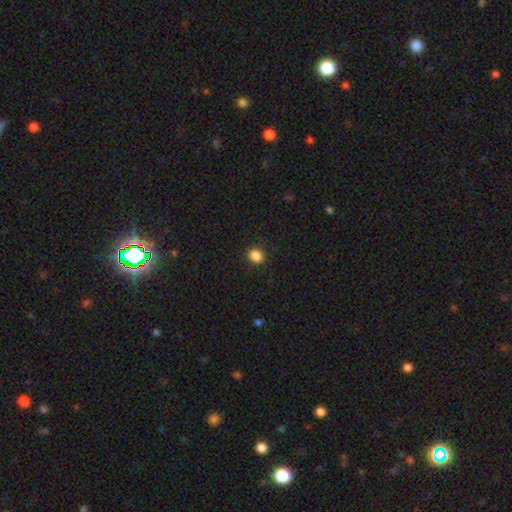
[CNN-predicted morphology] A smooth galaxy with no disk features (86%) that is round (64%).

Vote fractions:
- Smooth or featured? smooth: 86% / star or artifact: 11% / featured or disk: 3%
- How rounded? round: 64% / in between: 35% / cigar-shaped: 1%
- Merging? none: 89% / minor disturbance: 7% / major disturbance: 2% / merger: 1%